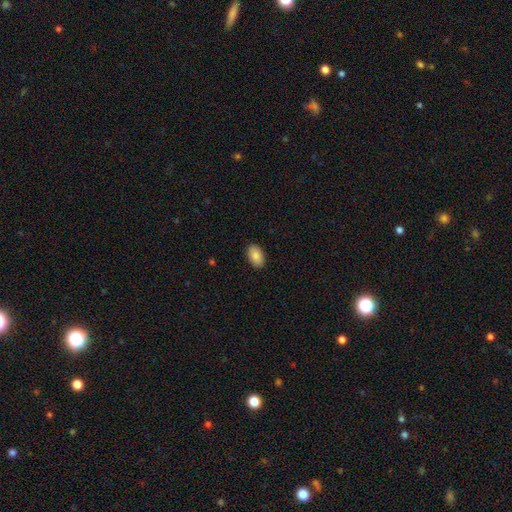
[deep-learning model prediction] Smooth or featured?
  - smooth: 86% *
  - featured or disk: 7%
  - star or artifact: 7%
How rounded?
  - in between: 93% *
  - round: 6%
  - cigar-shaped: 1%
Merging?
  - none: 90% *
  - minor disturbance: 8%
  - major disturbance: 2%
  - merger: 1%